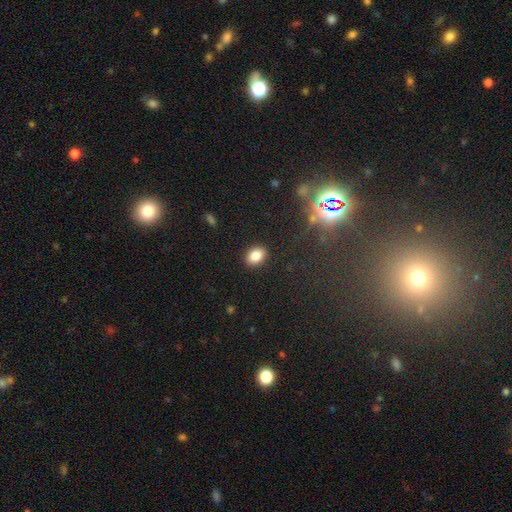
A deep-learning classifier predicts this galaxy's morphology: This is clearly a smooth galaxy (83%). How rounded: likely in between (72%). Merging: clearly none (89%).